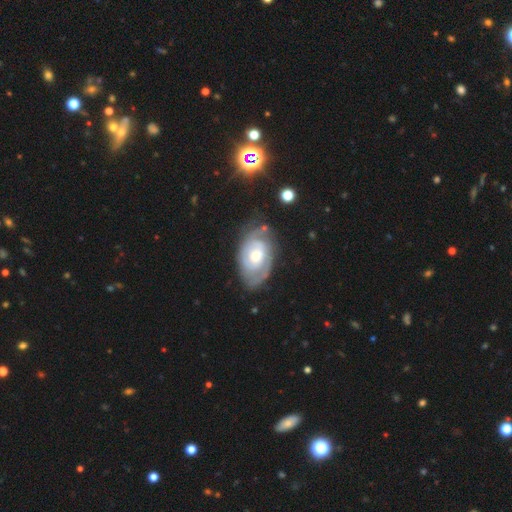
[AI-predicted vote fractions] Smooth or featured? Predicted: featured or disk (p=0.82). Edge-on disk? Predicted: no (p=0.96). Bar? Predicted: no (p=0.69). Spiral arms? Predicted: yes (p=0.90). Spiral winding? Predicted: tight (p=0.67). Spiral arm count? Predicted: 2 (p=0.45). Bulge size? Predicted: moderate (p=0.59). Merging? Predicted: none (p=0.66).